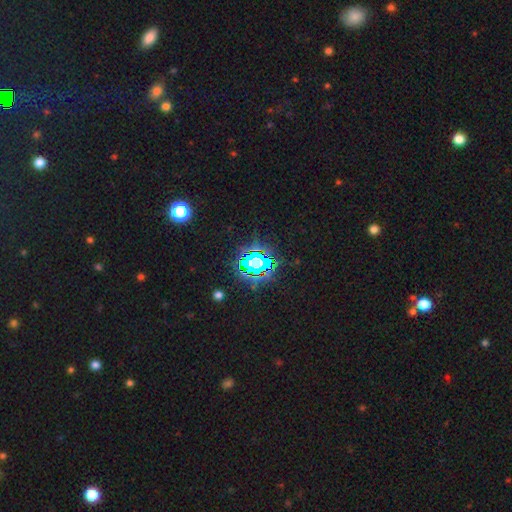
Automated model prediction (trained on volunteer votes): smooth_or_featured: star or artifact (p=0.80) [alt: smooth p=0.13]